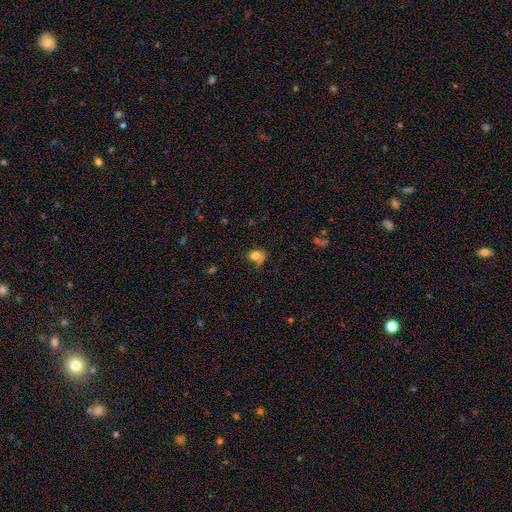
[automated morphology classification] This is likely a smooth galaxy (75%). How rounded: possibly in between (53%). Merging: marginally none (41%).